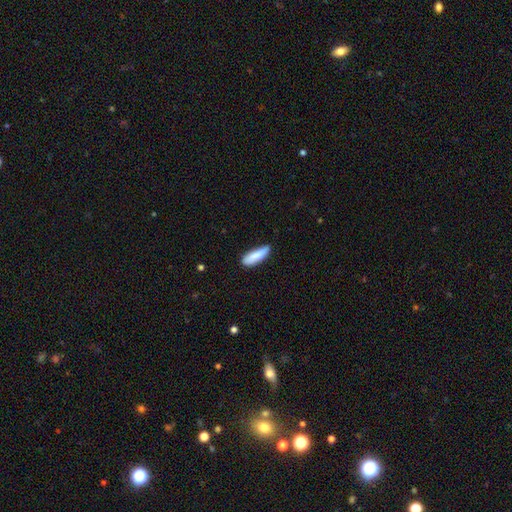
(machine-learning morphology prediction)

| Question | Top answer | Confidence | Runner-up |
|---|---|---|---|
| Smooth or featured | smooth | 83% | featured or disk (11%) |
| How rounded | cigar-shaped | 55% | in between (43%) |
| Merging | none | 69% | minor disturbance (24%) |